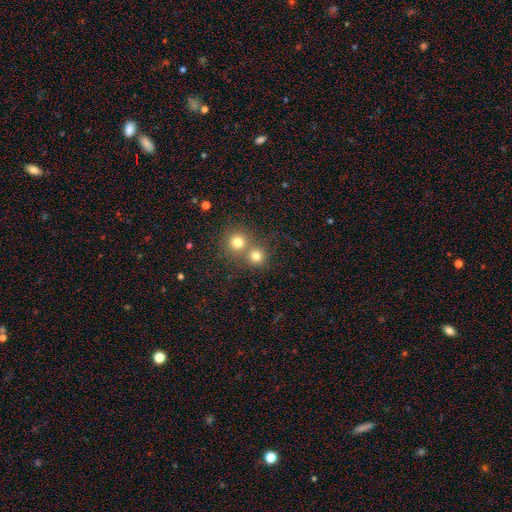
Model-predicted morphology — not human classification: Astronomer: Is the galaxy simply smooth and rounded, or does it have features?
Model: smooth — 77%.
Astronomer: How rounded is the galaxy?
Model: round — 90%.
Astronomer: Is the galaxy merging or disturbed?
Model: none — 50% (runner-up: merger, 42%).